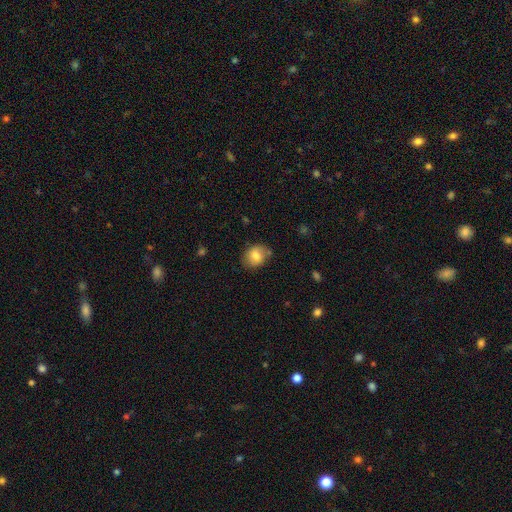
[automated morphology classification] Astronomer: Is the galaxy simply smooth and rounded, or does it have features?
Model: smooth — 74%.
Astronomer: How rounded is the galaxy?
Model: in between — 50% (runner-up: round, 49%).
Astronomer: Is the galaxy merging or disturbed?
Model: none — 72%.